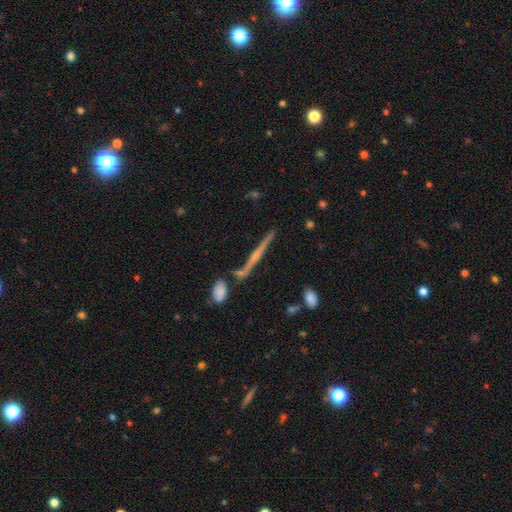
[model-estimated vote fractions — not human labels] Smooth or featured? featured or disk (70%)
Edge-on disk? yes (97%)
Edge-on bulge? rounded (60%)
Merging? none (81%)